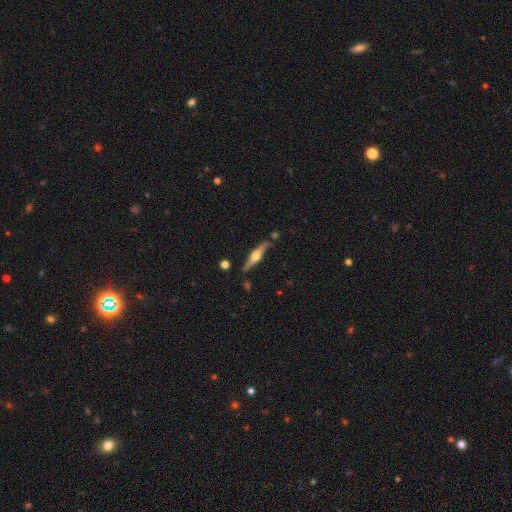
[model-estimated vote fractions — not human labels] Smooth or featured?
  - featured or disk: 70% *
  - smooth: 24%
  - star or artifact: 6%
Edge-on disk?
  - yes: 96% *
  - no: 4%
Edge-on bulge?
  - rounded: 94% *
  - boxy: 4%
  - none: 2%
Merging?
  - none: 80% *
  - minor disturbance: 12%
  - merger: 5%
  - major disturbance: 3%